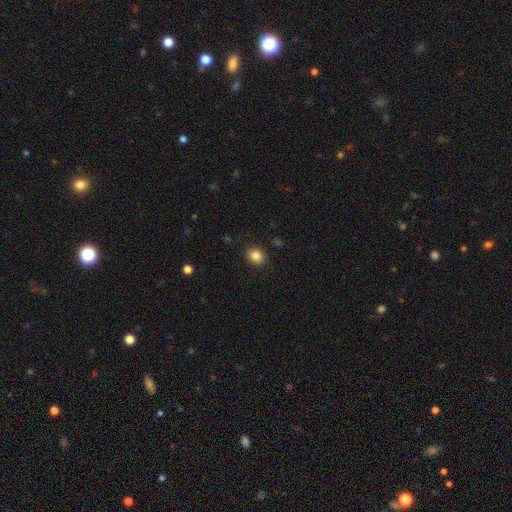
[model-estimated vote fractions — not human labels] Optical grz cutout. It shows a smooth galaxy with no disk features (85%) that is round (61%). Merging: none (89%).